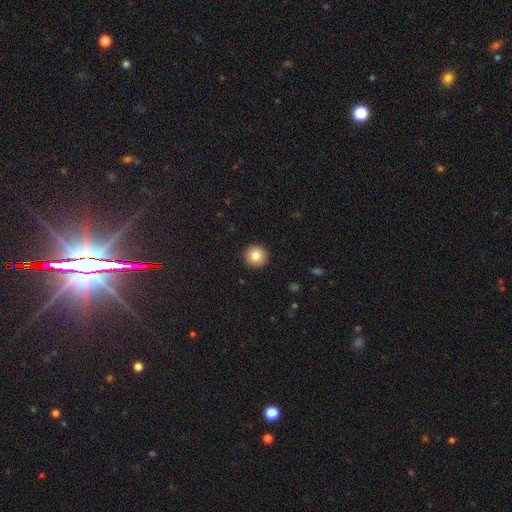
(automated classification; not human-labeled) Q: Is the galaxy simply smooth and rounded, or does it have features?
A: smooth — 82%.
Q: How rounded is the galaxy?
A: round — 95%.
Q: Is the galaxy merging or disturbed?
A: none — 93%.